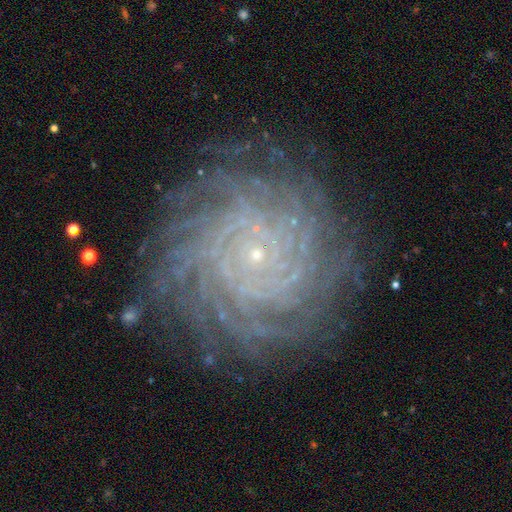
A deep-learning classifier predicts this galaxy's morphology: This is clearly a featured or disk galaxy (85%). It is clearly not viewed edge-on (97%). Bar: clearly no (81%). Spiral arm pattern: clearly yes (97%). Spiral arm count: possibly more than 4 (47%). Spiral winding: clearly tight (87%). Central bulge: clearly small (91%). Merging: clearly none (83%).